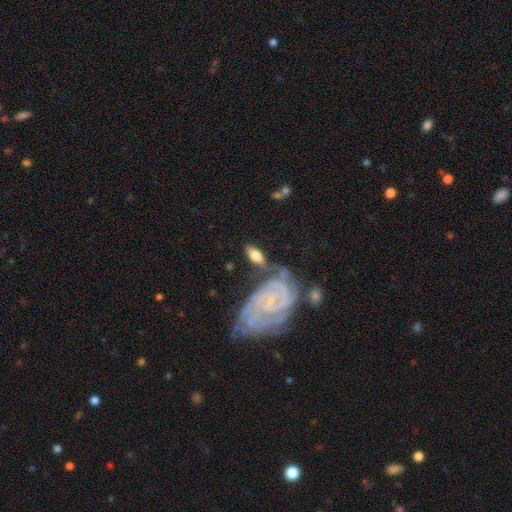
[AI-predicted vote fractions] The model was most divided on "smooth or featured": smooth: 51%, featured or disk: 43%, star or artifact: 6%. More confident: how rounded — in between (85%); merging — none (54%).